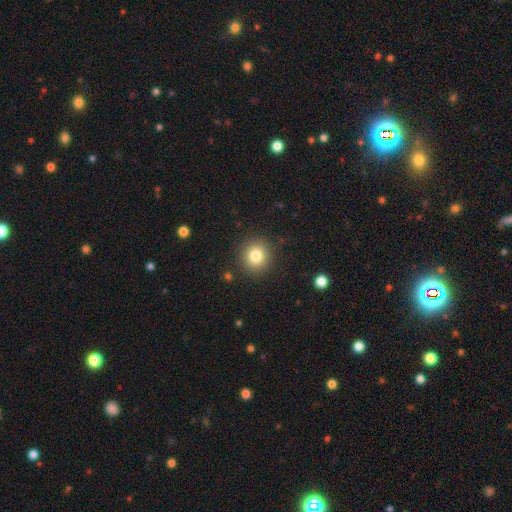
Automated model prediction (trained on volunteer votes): Smooth or featured: smooth — 80% (star or artifact — 12%)
How rounded: round — 91% (in between — 8%)
Merging: none — 90% (minor disturbance — 6%)